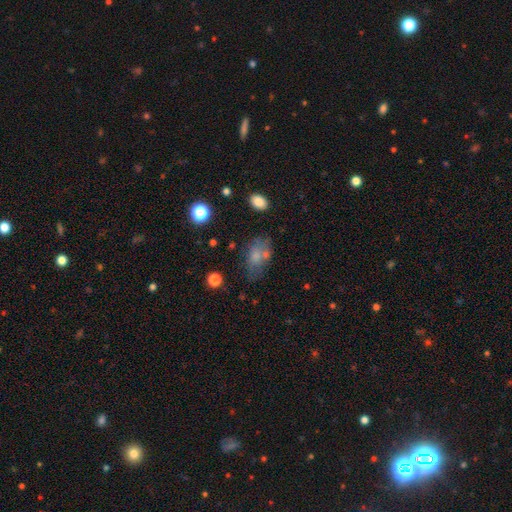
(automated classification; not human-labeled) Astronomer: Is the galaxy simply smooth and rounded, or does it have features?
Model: smooth — 58%.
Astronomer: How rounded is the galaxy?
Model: in between — 83%.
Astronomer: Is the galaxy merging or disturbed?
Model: none — 51%.